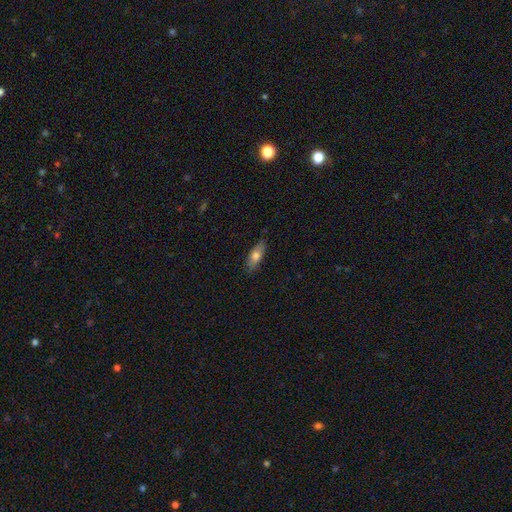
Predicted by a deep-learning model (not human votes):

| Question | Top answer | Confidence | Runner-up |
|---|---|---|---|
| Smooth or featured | smooth | 72% | featured or disk (21%) |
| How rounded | in between | 73% | cigar-shaped (24%) |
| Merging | none | 83% | minor disturbance (14%) |